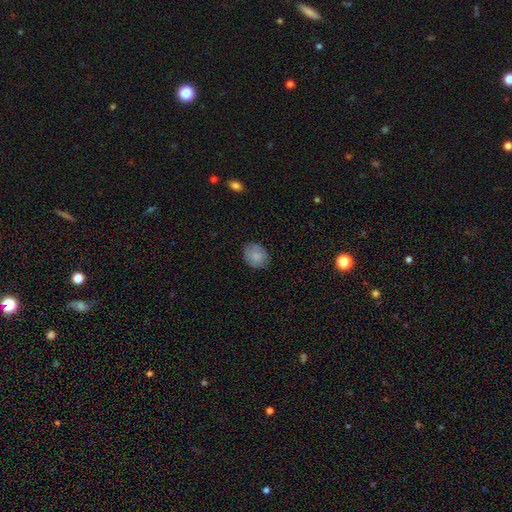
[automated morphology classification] A smooth galaxy with no disk features (80%) that is in between round and cigar-shaped (56%).

Vote fractions:
- Smooth or featured? smooth: 80% / featured or disk: 12% / star or artifact: 7%
- How rounded? in between: 56% / round: 43% / cigar-shaped: 1%
- Merging? none: 77% / minor disturbance: 18% / major disturbance: 4% / merger: 1%